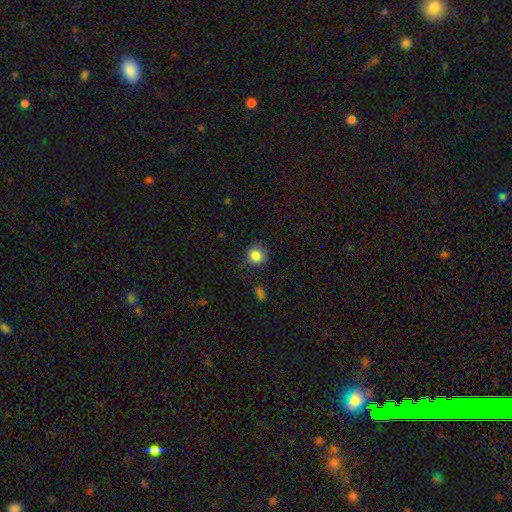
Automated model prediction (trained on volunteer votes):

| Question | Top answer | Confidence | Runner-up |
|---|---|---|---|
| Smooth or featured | smooth | 85% | star or artifact (10%) |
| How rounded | round | 88% | in between (11%) |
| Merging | none | 82% | minor disturbance (13%) |